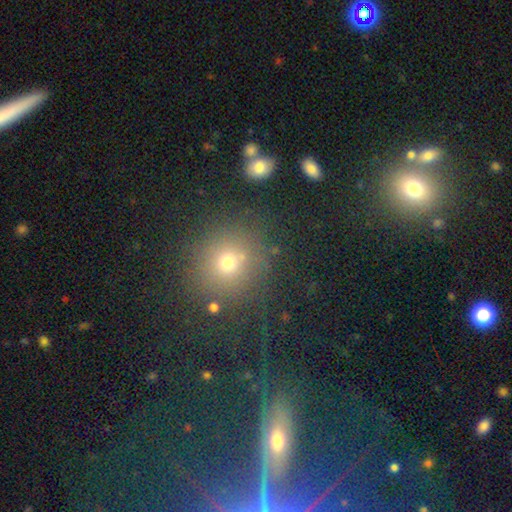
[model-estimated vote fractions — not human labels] smooth-or-featured: smooth: 59% | star or artifact: 30% | featured or disk: 11%
  how-rounded: round: 86% | in between: 12% | cigar-shaped: 1%
  merging: none: 82% | minor disturbance: 9% | merger: 5% | major disturbance: 4%